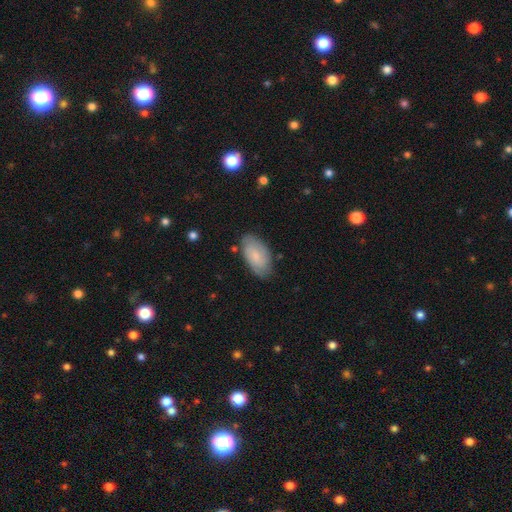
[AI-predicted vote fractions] Smooth or featured? Predicted: smooth (p=0.61). How rounded? Predicted: in between (p=0.94). Merging? Predicted: none (p=0.76).